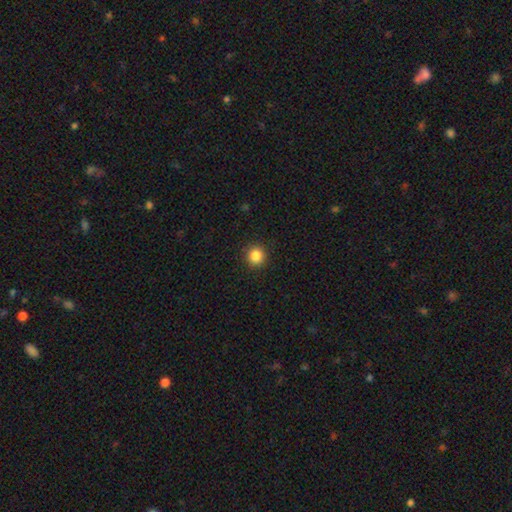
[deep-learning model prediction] smooth-or-featured: smooth: 85% | star or artifact: 11% | featured or disk: 4%
  how-rounded: round: 93% | in between: 6% | cigar-shaped: 1%
  merging: none: 92% | minor disturbance: 5% | major disturbance: 2% | merger: 1%